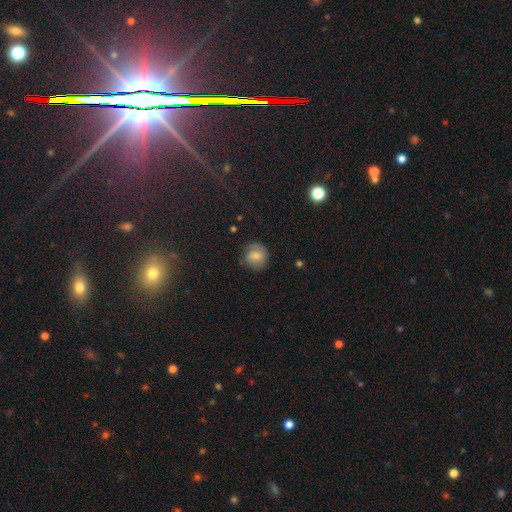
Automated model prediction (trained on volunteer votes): Smooth or featured?
  - smooth: 71% *
  - featured or disk: 19%
  - star or artifact: 10%
How rounded?
  - round: 85% *
  - in between: 14%
  - cigar-shaped: 1%
Merging?
  - none: 76% *
  - minor disturbance: 17%
  - major disturbance: 5%
  - merger: 1%